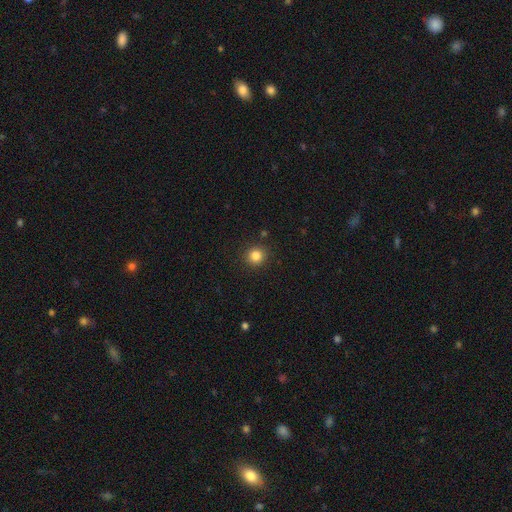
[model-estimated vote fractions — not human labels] This appears to be a smooth galaxy with no disk features (84%) that is round (92%). Merging: none (90%).